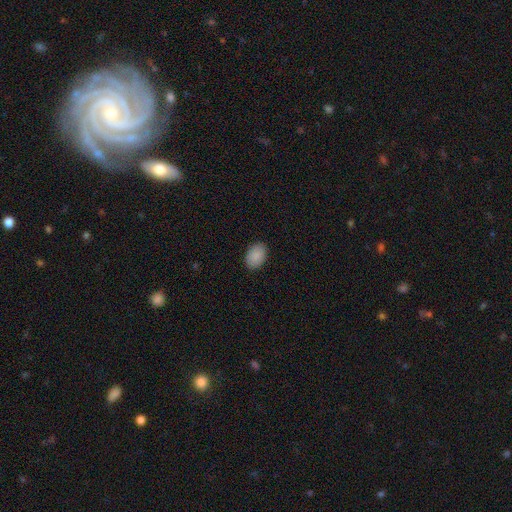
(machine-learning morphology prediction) A smooth galaxy with no disk features (89%) that is in between round and cigar-shaped (85%).

Vote fractions:
- Smooth or featured? smooth: 89% / star or artifact: 7% / featured or disk: 4%
- How rounded? in between: 85% / round: 14% / cigar-shaped: 1%
- Merging? none: 89% / minor disturbance: 8% / major disturbance: 2% / merger: 1%